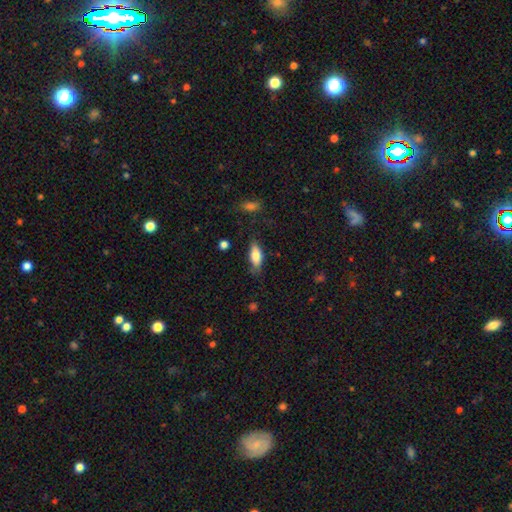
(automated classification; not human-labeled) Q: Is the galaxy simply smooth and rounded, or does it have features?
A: smooth — 73%.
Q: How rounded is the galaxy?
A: in between — 74%.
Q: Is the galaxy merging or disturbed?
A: none — 73%.